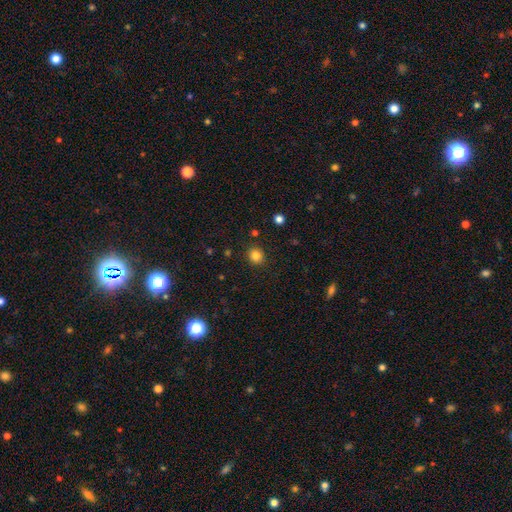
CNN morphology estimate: A smooth galaxy with no disk features (83%) that is round (87%).

Vote fractions:
- Smooth or featured? smooth: 83% / star or artifact: 12% / featured or disk: 5%
- How rounded? round: 87% / in between: 12% / cigar-shaped: 1%
- Merging? none: 90% / minor disturbance: 6% / major disturbance: 2% / merger: 2%